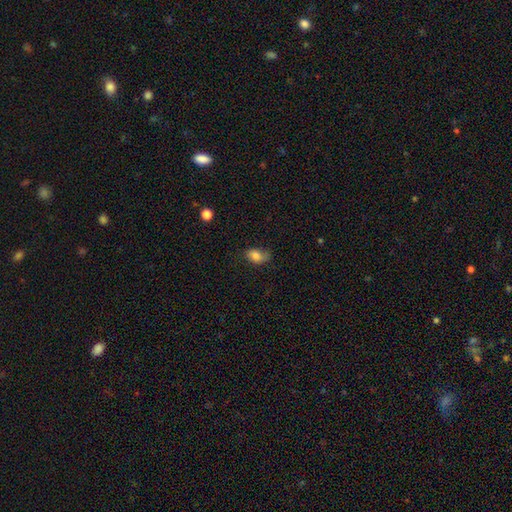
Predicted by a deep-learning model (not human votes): smooth 80%, featured or disk 11%, star or artifact 10%. Down the decision tree: how rounded — in between (80%); merging — none (62%).